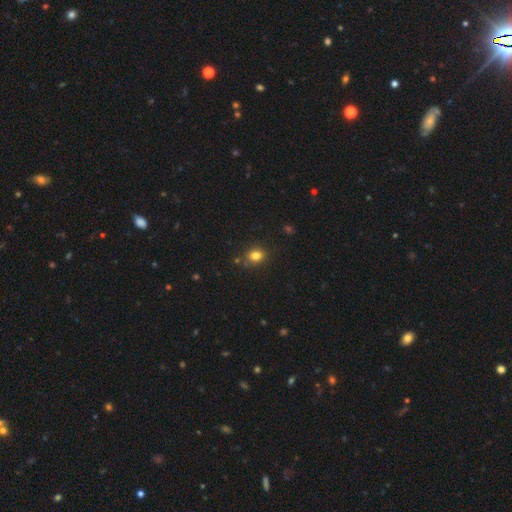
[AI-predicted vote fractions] A smooth galaxy with no disk features (80%) that is round (65%).

Vote fractions:
- Smooth or featured? smooth: 80% / star or artifact: 13% / featured or disk: 6%
- How rounded? round: 65% / in between: 34% / cigar-shaped: 1%
- Merging? none: 80% / minor disturbance: 12% / merger: 5% / major disturbance: 3%